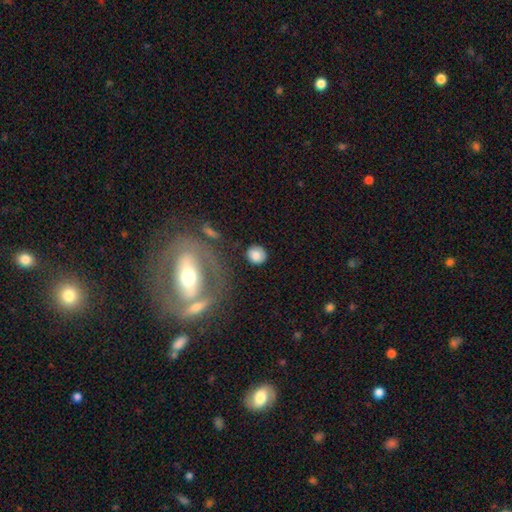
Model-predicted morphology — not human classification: Q: Smooth or featured?
A: smooth (77%); runner-up: featured or disk (15%)
Q: How rounded?
A: round (75%); runner-up: in between (23%)
Q: Merging?
A: none (77%); runner-up: minor disturbance (12%)